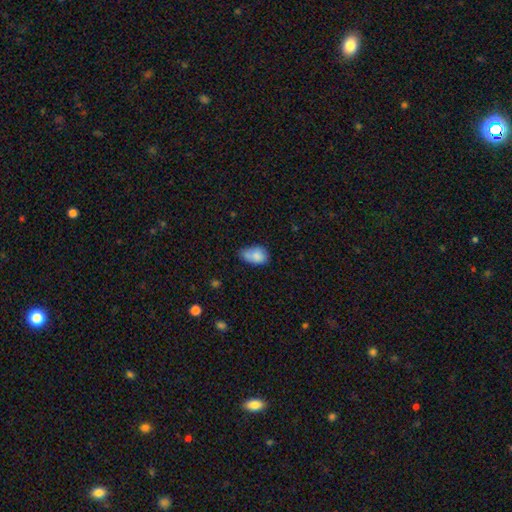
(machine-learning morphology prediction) smooth 80%, featured or disk 12%, star or artifact 8%. Down the decision tree: how rounded — in between (85%); merging — none (41%).